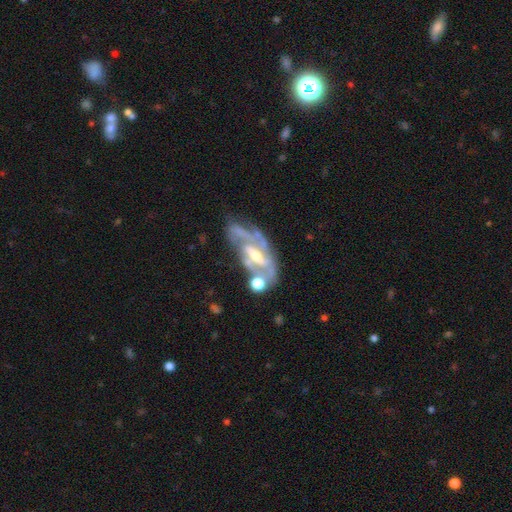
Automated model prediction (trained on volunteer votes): This appears to be a featured or disk galaxy (81%) with a weak bar (39%), 2 (48%) medium (41%) spiral arms (78%) and a moderate central bulge (49%). Merging: none (38%).